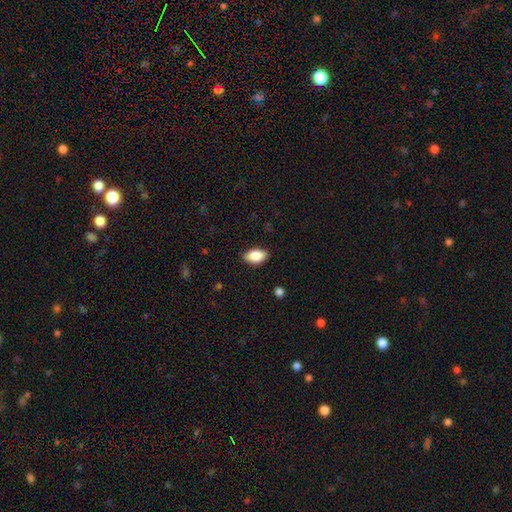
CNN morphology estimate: Smooth or featured?
  - smooth: 85% *
  - featured or disk: 8%
  - star or artifact: 7%
How rounded?
  - in between: 91% *
  - round: 6%
  - cigar-shaped: 3%
Merging?
  - none: 87% *
  - minor disturbance: 10%
  - major disturbance: 2%
  - merger: 1%